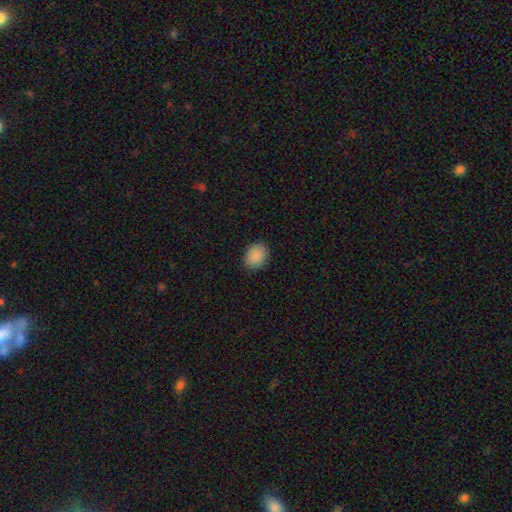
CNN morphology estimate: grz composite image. It shows a smooth galaxy with no disk features (89%) that is in between round and cigar-shaped (53%). Merging: none (87%).